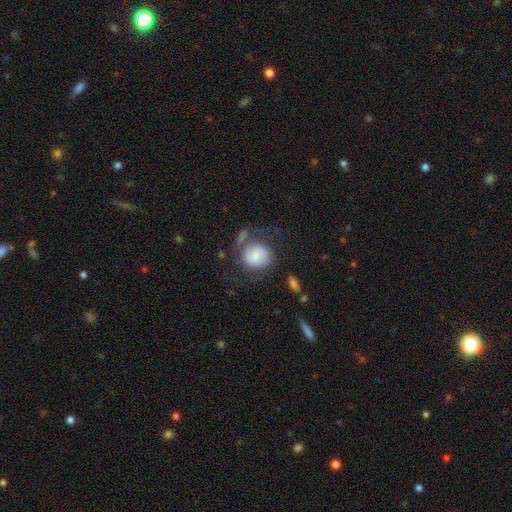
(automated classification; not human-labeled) A smooth galaxy with no disk features (62%) that is round (78%).

Vote fractions:
- Smooth or featured? smooth: 62% / featured or disk: 30% / star or artifact: 8%
- How rounded? round: 78% / in between: 21% / cigar-shaped: 1%
- Merging? none: 46% / major disturbance: 23% / minor disturbance: 22% / merger: 9%